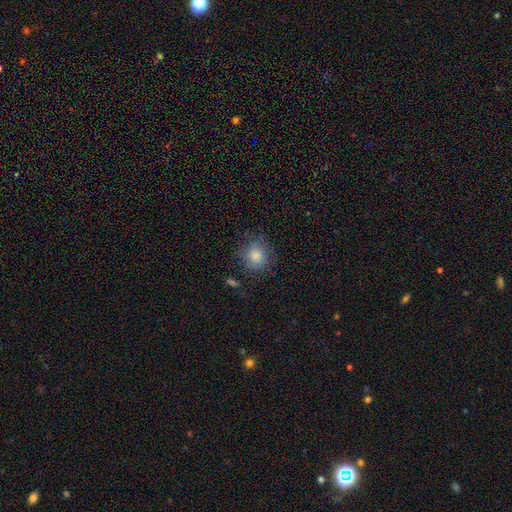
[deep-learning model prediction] A smooth galaxy with no disk features (82%) that is round (76%). Merging: none (71%).